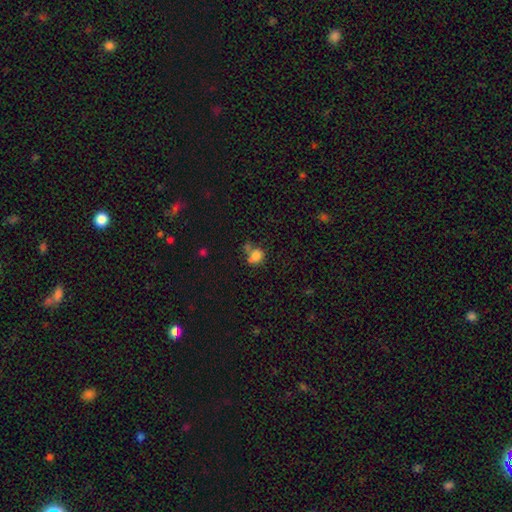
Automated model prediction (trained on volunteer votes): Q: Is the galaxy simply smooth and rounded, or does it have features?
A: smooth — 80%.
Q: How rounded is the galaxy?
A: round — 55%.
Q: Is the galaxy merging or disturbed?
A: none — 44%.